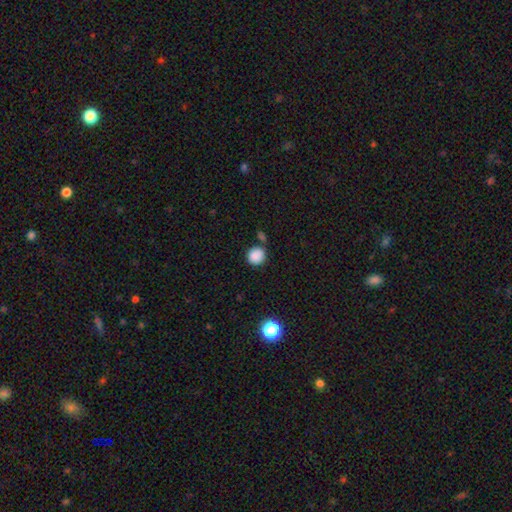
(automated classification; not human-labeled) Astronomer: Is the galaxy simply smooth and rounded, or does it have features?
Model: smooth — 86%.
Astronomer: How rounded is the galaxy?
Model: round — 90%.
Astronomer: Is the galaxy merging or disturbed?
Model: none — 75%.